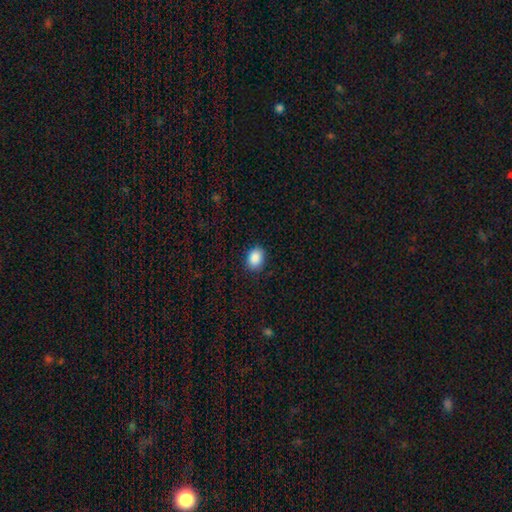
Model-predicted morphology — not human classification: This appears to be a smooth galaxy with no disk features (89%) that is in between round and cigar-shaped (61%). Merging: none (87%).